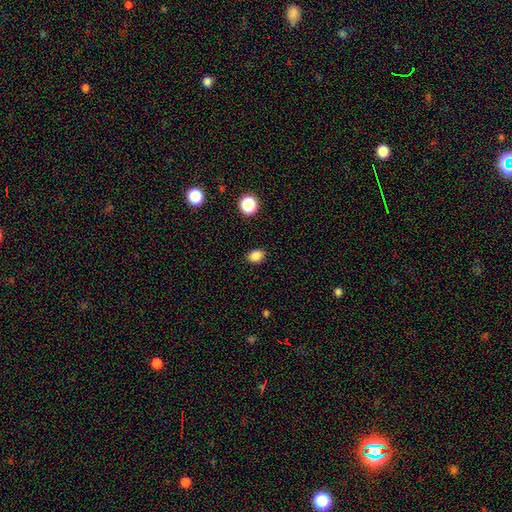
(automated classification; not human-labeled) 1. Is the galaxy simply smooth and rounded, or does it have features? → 85% smooth, 11% star or artifact, 4% featured or disk.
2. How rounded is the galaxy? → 66% in between, 33% round, 1% cigar-shaped.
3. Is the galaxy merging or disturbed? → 88% none, 9% minor disturbance, 2% major disturbance, 1% merger.